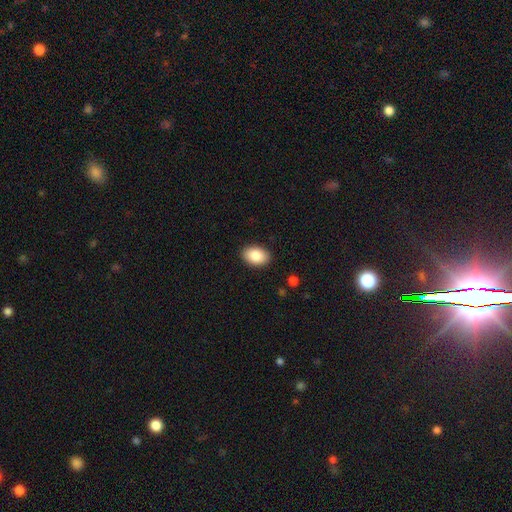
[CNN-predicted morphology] A smooth galaxy with no disk features (87%) that is in between round and cigar-shaped (88%). Merging: none (89%).